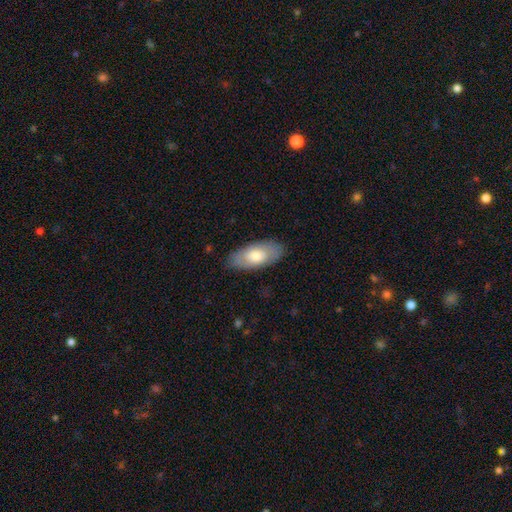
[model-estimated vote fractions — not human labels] Smooth or featured? Predicted: smooth (p=0.65). How rounded? Predicted: in between (p=0.88). Merging? Predicted: none (p=0.83).